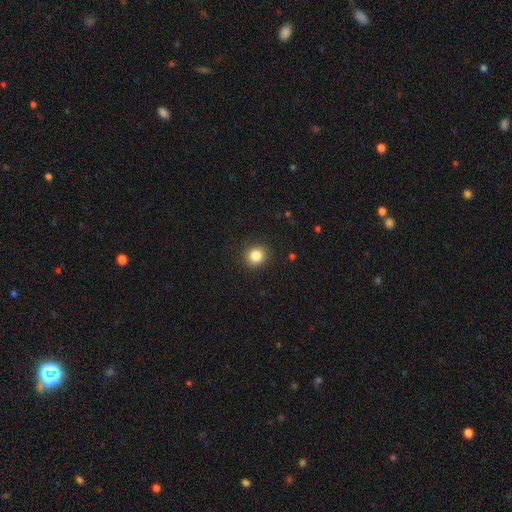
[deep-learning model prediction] Overall: smooth (85%). How rounded: round (88%). Merging: none (91%).